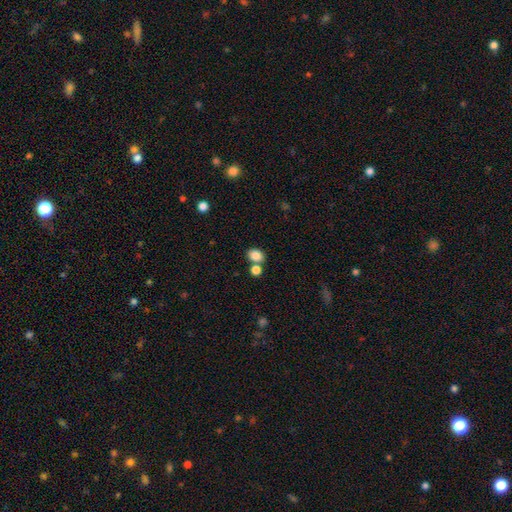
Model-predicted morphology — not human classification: Smooth or featured: smooth — 85% (star or artifact — 10%)
How rounded: in between — 56% (round — 43%)
Merging: none — 60% (merger — 27%)